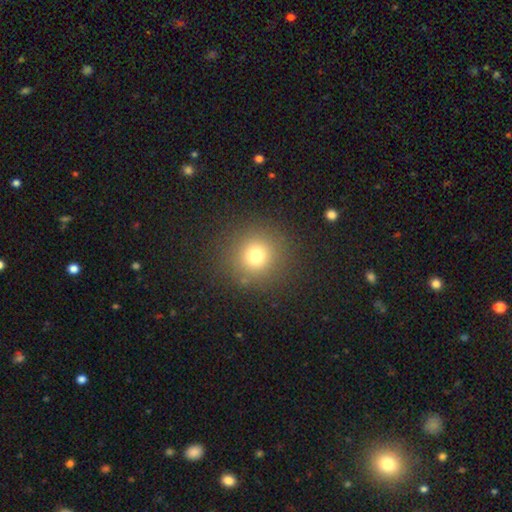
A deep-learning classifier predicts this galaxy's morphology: smooth-or-featured: smooth: 73% | star or artifact: 18% | featured or disk: 9%
  how-rounded: round: 93% | in between: 6% | cigar-shaped: 1%
  merging: none: 89% | minor disturbance: 6% | major disturbance: 4% | merger: 1%